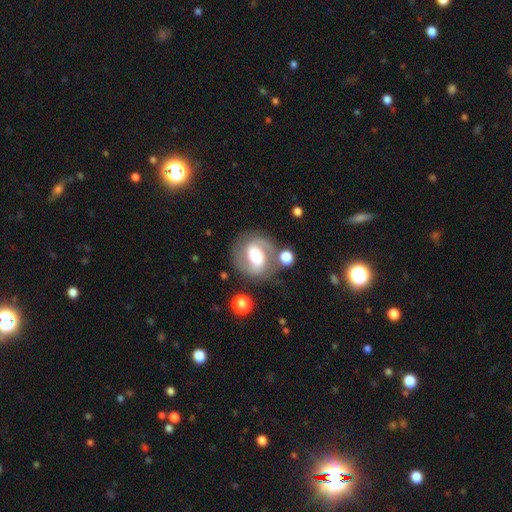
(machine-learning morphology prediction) smooth_or_featured: featured or disk (p=0.73) [alt: smooth p=0.20]
disk_edge_on: no (p=0.97) [alt: yes p=0.03]
bar: weak (p=0.40) [alt: strong p=0.39]
has_spiral_arms: yes (p=0.85) [alt: no p=0.15]
spiral_winding: medium (p=0.51) [alt: tight p=0.30]
spiral_arm_count: 2 (p=0.87) [alt: can't tell p=0.06]
bulge_size: moderate (p=0.66) [alt: large p=0.21]
merging: none (p=0.74) [alt: minor disturbance p=0.14]